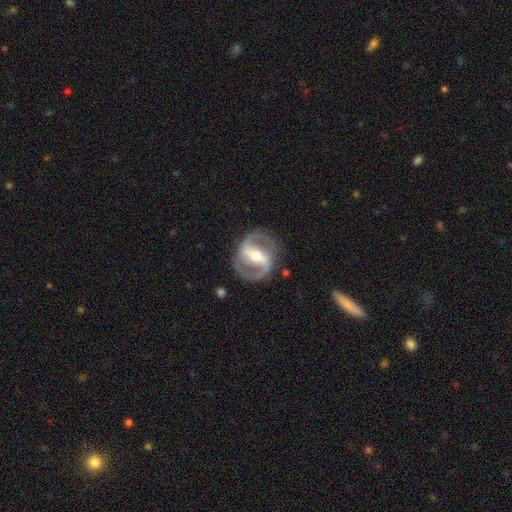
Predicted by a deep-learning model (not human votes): featured or disk 89%, smooth 7%, star or artifact 4%. Down the decision tree: edge-on disk — no (97%); bar — strong (64%); spiral arms — yes (94%); spiral arm count — 2 (92%); spiral winding — medium (56%); bulge size — moderate (67%); merging — none (85%).